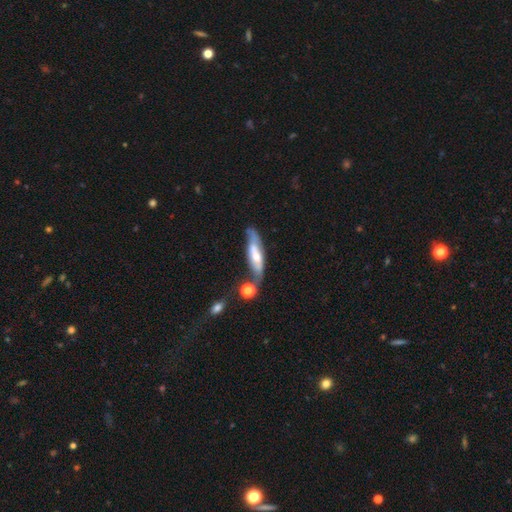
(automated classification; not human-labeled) smooth-or-featured: featured or disk: 56% | smooth: 38% | star or artifact: 6%
  disk-edge-on: no: 56% | yes: 44%
  merging: none: 42% | merger: 23% | minor disturbance: 23% | major disturbance: 12%